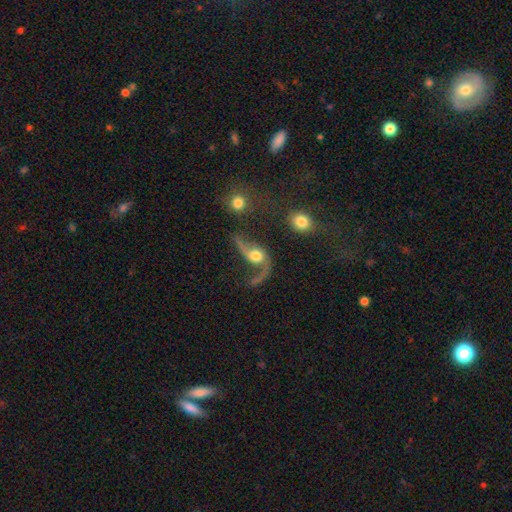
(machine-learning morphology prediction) type=featured or disk (79%); edge-on=no (95%); bar=no (68%); spiral arms=yes (92%); winding=loose (88%); arm count=2 (78%); bulge=moderate (55%); merging=none (43%).